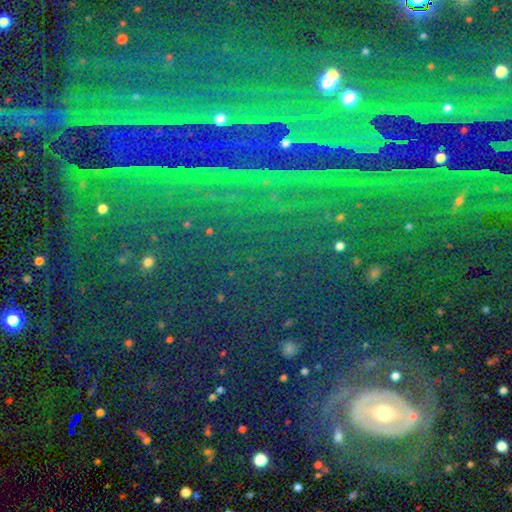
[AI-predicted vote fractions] Smooth or featured? Predicted: star or artifact (p=0.74).